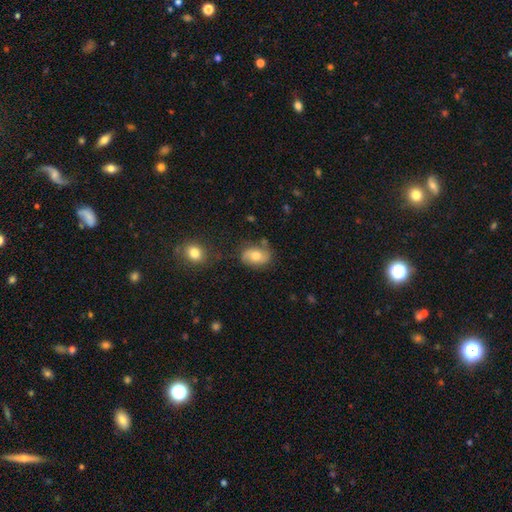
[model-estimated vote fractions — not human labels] Overall: smooth (52%; featured or disk 39%). How rounded: in between (76%). Merging: none (66%).